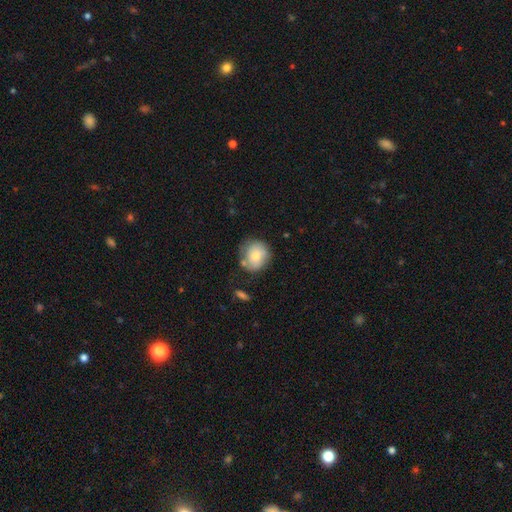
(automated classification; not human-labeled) This is likely a smooth galaxy (70%). How rounded: likely round (80%). Merging: likely none (66%).